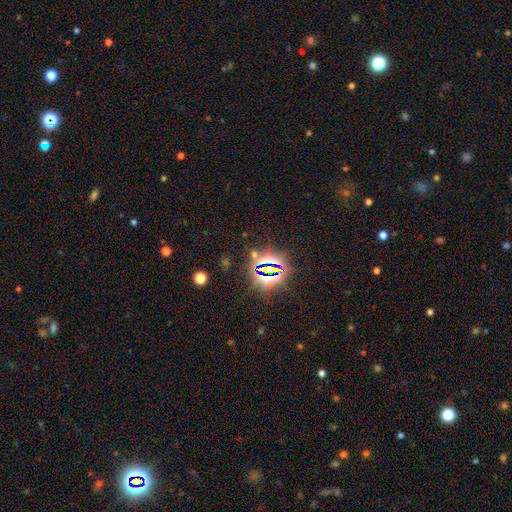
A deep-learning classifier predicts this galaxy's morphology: This is clearly a star or artifact rather than a galaxy (80%).